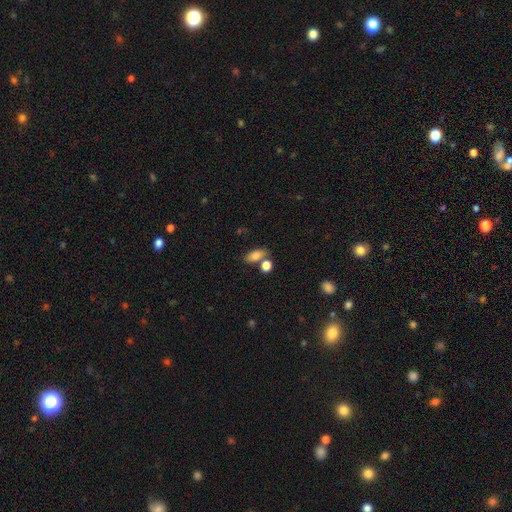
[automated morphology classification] This appears to be a smooth galaxy with no disk features (81%) that is in between round and cigar-shaped (82%). Merging: none (57%).